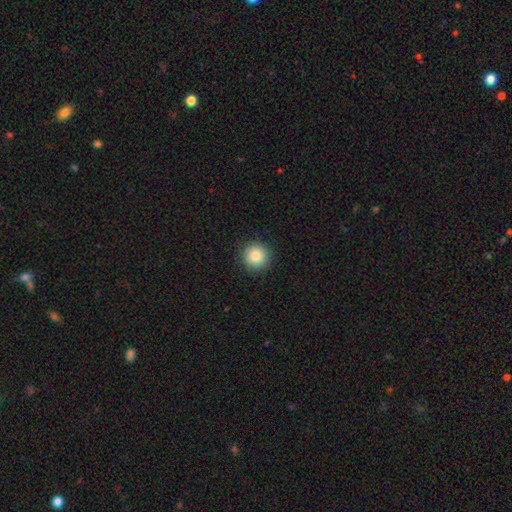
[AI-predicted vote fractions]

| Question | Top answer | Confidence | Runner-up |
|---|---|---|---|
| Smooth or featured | smooth | 85% | star or artifact (9%) |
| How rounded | round | 95% | in between (4%) |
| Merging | none | 91% | minor disturbance (6%) |